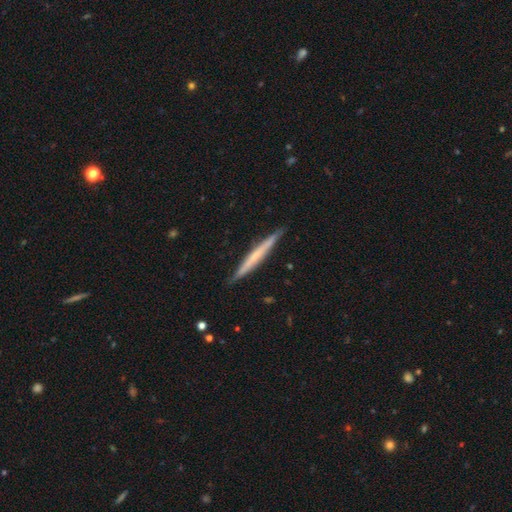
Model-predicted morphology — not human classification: Overall: featured or disk (52%; smooth 42%). Edge-on disk: yes (97%). Edge-on bulge: none (68%). Merging: none (90%).